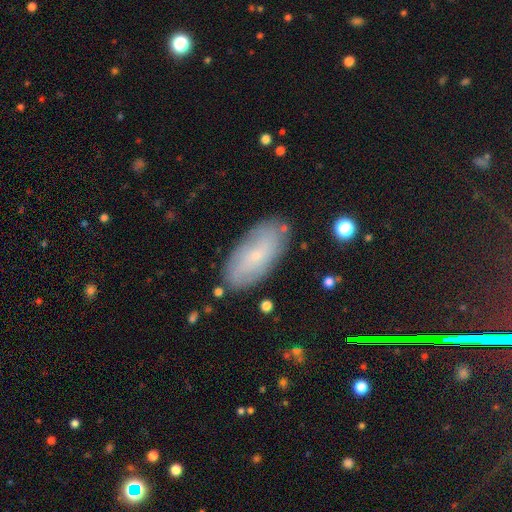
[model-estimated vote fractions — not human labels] Smooth or featured?
  - smooth: 50% *
  - featured or disk: 42%
  - star or artifact: 8%
How rounded?
  - in between: 88% *
  - cigar-shaped: 10%
  - round: 3%
Merging?
  - none: 80% *
  - minor disturbance: 14%
  - major disturbance: 3%
  - merger: 2%